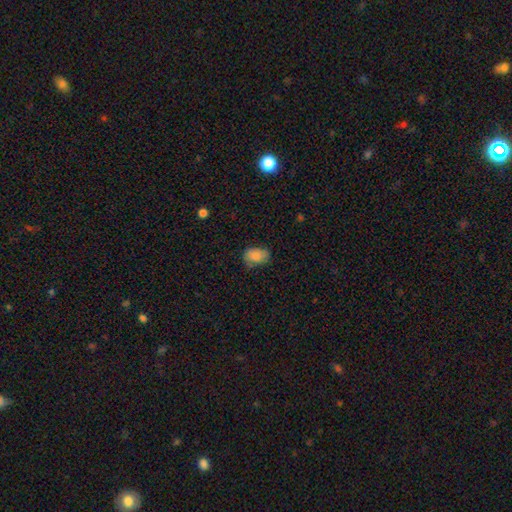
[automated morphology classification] Smooth or featured?
  - smooth: 84% *
  - featured or disk: 8%
  - star or artifact: 8%
How rounded?
  - in between: 82% *
  - round: 17%
  - cigar-shaped: 1%
Merging?
  - none: 66% *
  - minor disturbance: 27%
  - major disturbance: 6%
  - merger: 2%